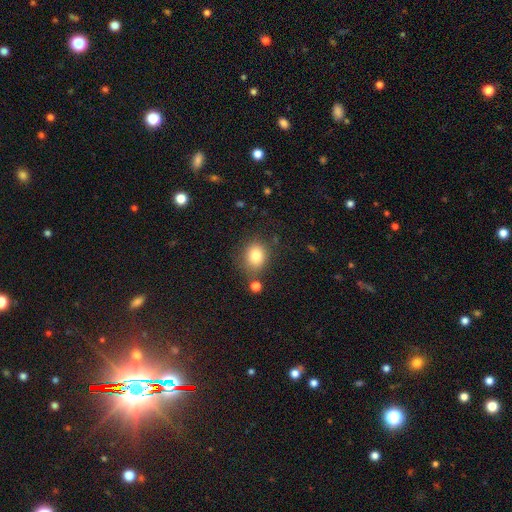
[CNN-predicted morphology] smooth_or_featured: smooth (p=0.81) [alt: star or artifact p=0.11]
how_rounded: round (p=0.61) [alt: in between p=0.38]
merging: none (p=0.75) [alt: minor disturbance p=0.14]